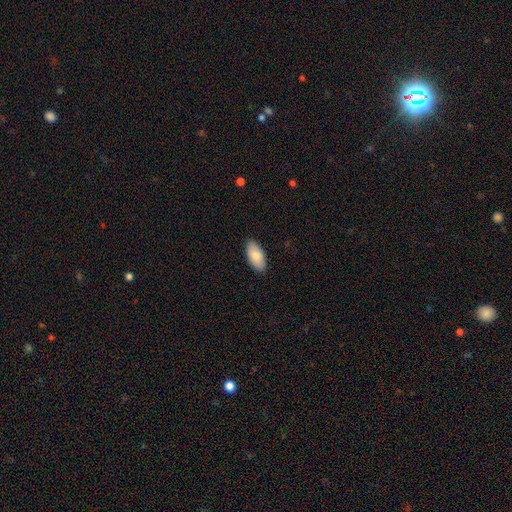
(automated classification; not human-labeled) Q: Smooth or featured?
A: smooth (84%); runner-up: featured or disk (10%)
Q: How rounded?
A: in between (94%); runner-up: cigar-shaped (4%)
Q: Merging?
A: none (88%); runner-up: minor disturbance (9%)